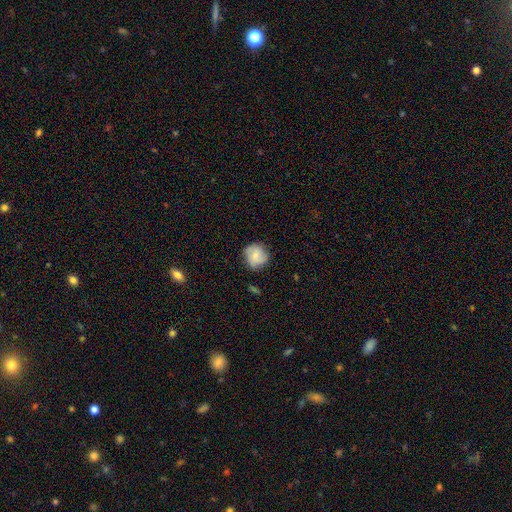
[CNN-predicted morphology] Smooth or featured?
  - smooth: 61% *
  - featured or disk: 31%
  - star or artifact: 8%
How rounded?
  - round: 89% *
  - in between: 10%
  - cigar-shaped: 1%
Merging?
  - none: 77% *
  - minor disturbance: 18%
  - major disturbance: 4%
  - merger: 1%